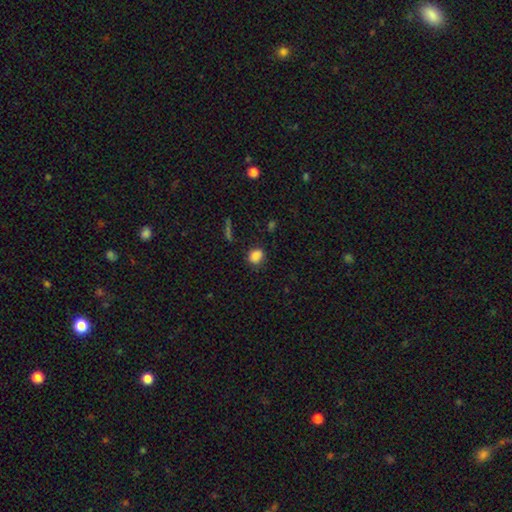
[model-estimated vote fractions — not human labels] A smooth galaxy with no disk features (85%) that is round (56%). Merging: none (80%).